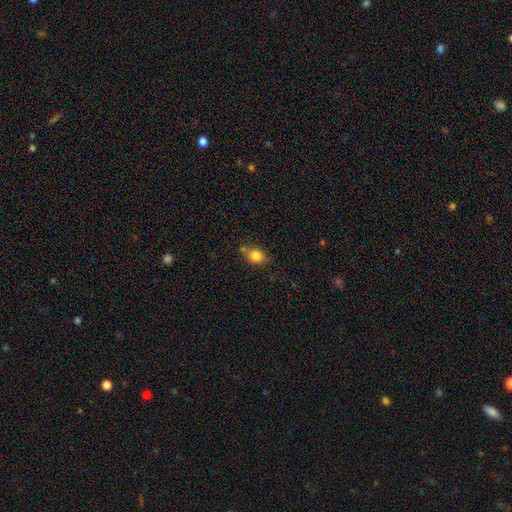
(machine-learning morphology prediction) The model was most divided on "how rounded": in between: 56%, round: 43%, cigar-shaped: 2%. More confident: smooth or featured — smooth (82%); merging — none (61%).